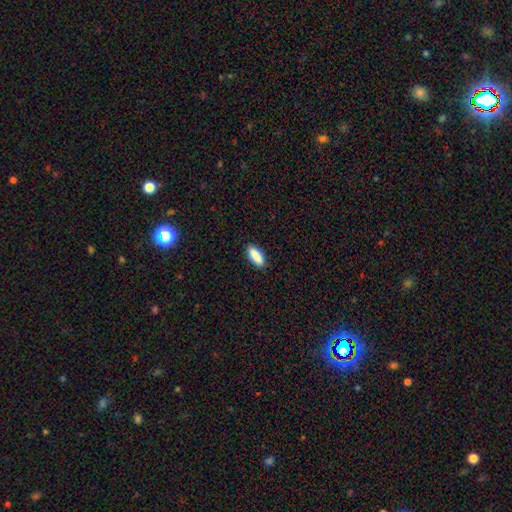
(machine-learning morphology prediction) smooth-or-featured: smooth: 88% | star or artifact: 7% | featured or disk: 6%
  how-rounded: in between: 66% | cigar-shaped: 31% | round: 2%
  merging: none: 89% | minor disturbance: 8% | major disturbance: 2% | merger: 1%